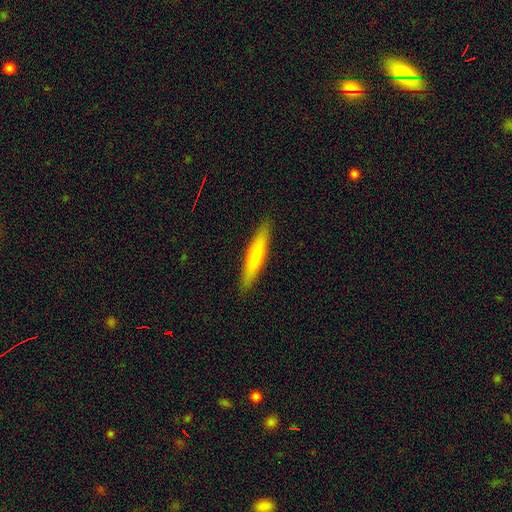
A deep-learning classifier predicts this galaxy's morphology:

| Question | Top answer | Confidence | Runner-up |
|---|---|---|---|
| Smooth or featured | smooth | 67% | featured or disk (27%) |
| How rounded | cigar-shaped | 90% | in between (8%) |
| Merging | none | 91% | minor disturbance (7%) |